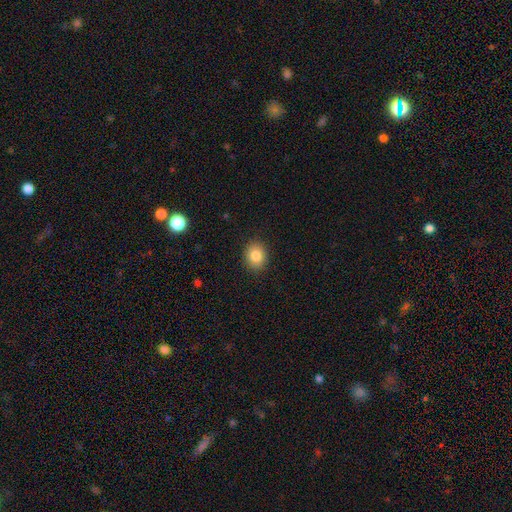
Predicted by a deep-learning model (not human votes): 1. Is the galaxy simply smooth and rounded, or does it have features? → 84% smooth, 9% star or artifact, 6% featured or disk.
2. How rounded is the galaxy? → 62% round, 37% in between, 1% cigar-shaped.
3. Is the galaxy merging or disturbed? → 90% none, 7% minor disturbance, 2% major disturbance, 1% merger.